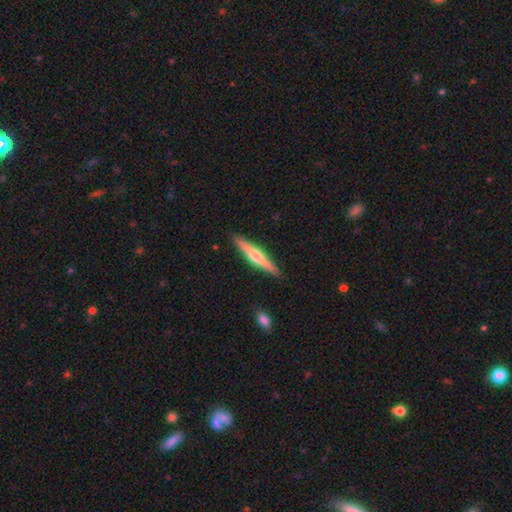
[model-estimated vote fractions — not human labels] smooth_or_featured: featured or disk (p=0.51) [alt: smooth p=0.44]
disk_edge_on: yes (p=0.96) [alt: no p=0.04]
merging: none (p=0.90) [alt: minor disturbance p=0.07]